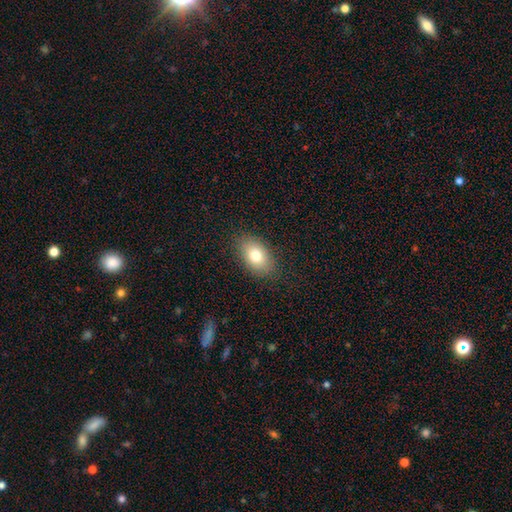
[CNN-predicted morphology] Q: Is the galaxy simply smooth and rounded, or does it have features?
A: smooth — 79%.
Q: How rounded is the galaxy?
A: in between — 88%.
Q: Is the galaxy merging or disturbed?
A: none — 86%.